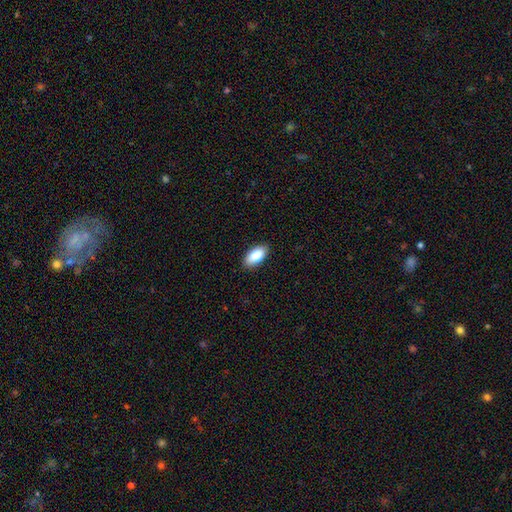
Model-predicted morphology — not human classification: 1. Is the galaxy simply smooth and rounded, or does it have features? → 84% smooth, 10% featured or disk, 6% star or artifact.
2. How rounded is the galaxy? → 92% in between, 6% cigar-shaped, 3% round.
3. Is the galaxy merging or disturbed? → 89% none, 9% minor disturbance, 2% major disturbance, 1% merger.